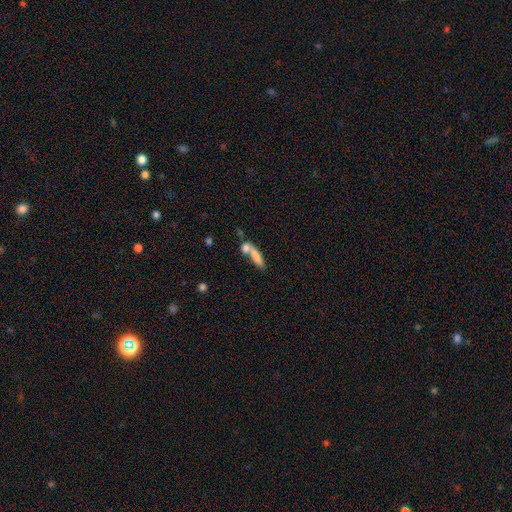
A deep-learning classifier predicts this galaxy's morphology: This is likely a smooth galaxy (74%). How rounded: possibly cigar-shaped (60%). Merging: possibly merger (51%).